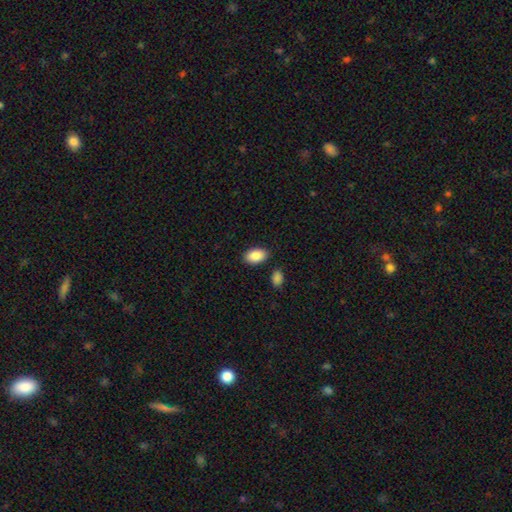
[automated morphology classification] Overall: smooth (89%). How rounded: in between (94%). Merging: none (85%).